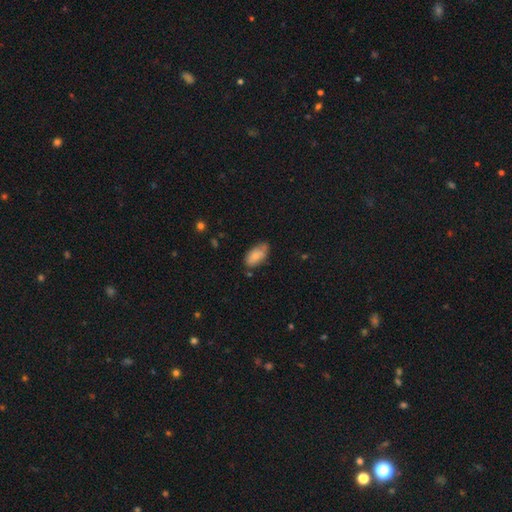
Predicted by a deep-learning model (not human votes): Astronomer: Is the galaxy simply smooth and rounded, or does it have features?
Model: smooth — 76%.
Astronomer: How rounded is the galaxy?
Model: in between — 93%.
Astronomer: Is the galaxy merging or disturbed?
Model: none — 60%.